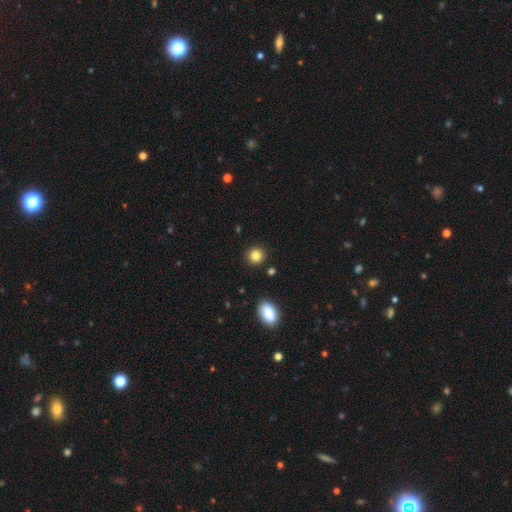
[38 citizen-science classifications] Smooth or featured: smooth — 89% (featured or disk — 5%)
How rounded: round — 88% (in between — 9%)
Merging: none — 86% (minor disturbance — 8%)